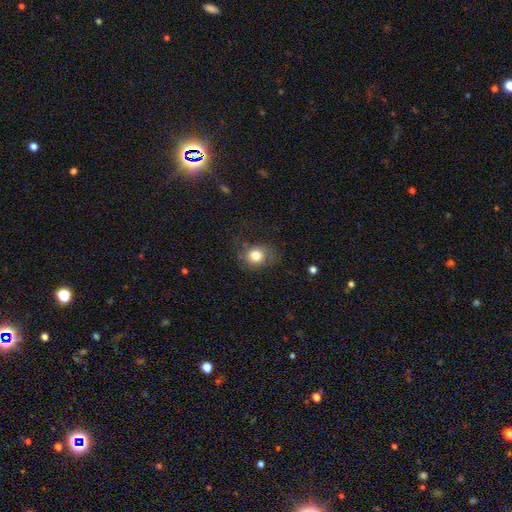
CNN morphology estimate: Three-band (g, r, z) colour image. It shows a smooth galaxy with no disk features (79%) that is round (70%). Merging: none (65%).